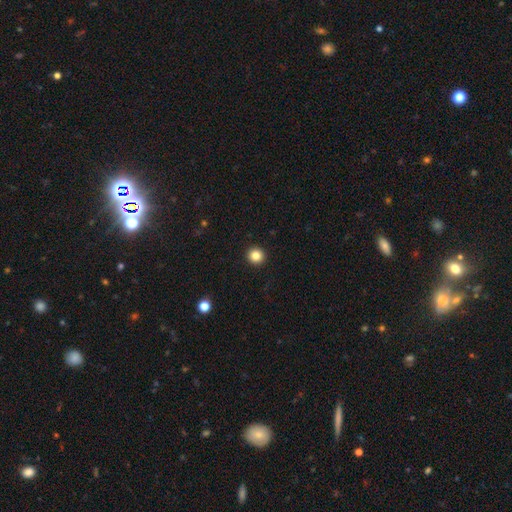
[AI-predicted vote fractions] Smooth or featured? Predicted: smooth (p=0.84). How rounded? Predicted: round (p=0.95). Merging? Predicted: none (p=0.94).